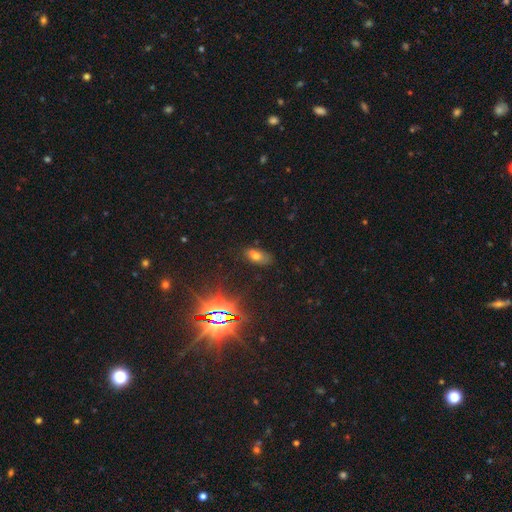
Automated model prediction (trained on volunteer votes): smooth-or-featured: smooth: 58% | star or artifact: 29% | featured or disk: 13%
  how-rounded: in between: 88% | round: 6% | cigar-shaped: 6%
  merging: none: 73% | minor disturbance: 18% | major disturbance: 5% | merger: 3%